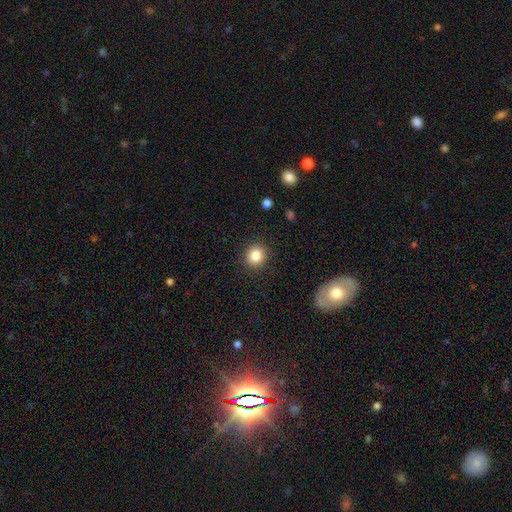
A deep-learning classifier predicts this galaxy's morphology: This is clearly a smooth galaxy (85%). How rounded: clearly round (87%). Merging: clearly none (90%).